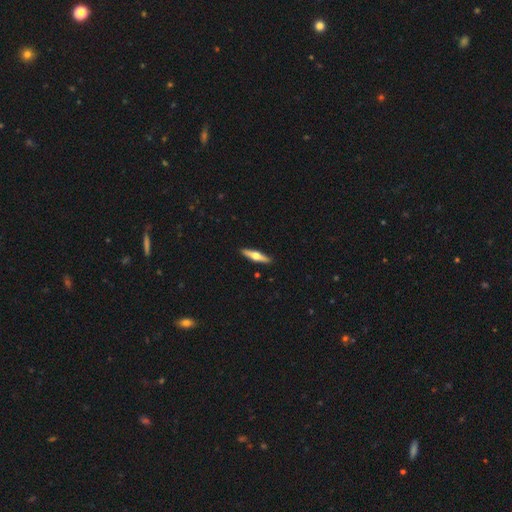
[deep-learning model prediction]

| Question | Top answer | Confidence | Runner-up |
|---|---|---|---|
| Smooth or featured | featured or disk | 60% | smooth (35%) |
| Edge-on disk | yes | 96% | no (4%) |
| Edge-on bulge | rounded | 95% | boxy (3%) |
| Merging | none | 91% | minor disturbance (6%) |